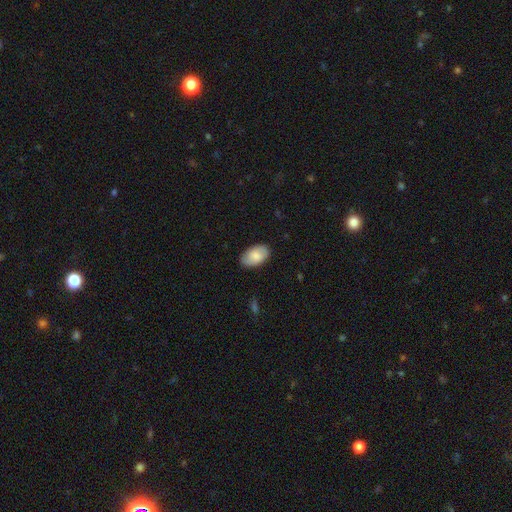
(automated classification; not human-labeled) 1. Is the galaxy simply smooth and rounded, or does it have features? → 75% smooth, 18% featured or disk, 7% star or artifact.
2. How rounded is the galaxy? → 94% in between, 5% round, 1% cigar-shaped.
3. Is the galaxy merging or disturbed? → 84% none, 12% minor disturbance, 2% major disturbance, 1% merger.